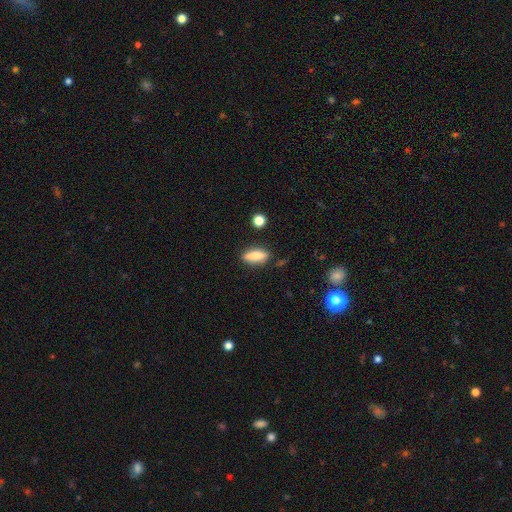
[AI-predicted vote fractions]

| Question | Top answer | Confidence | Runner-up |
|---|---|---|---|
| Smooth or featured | smooth | 74% | featured or disk (18%) |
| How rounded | in between | 59% | cigar-shaped (37%) |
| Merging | none | 83% | minor disturbance (12%) |